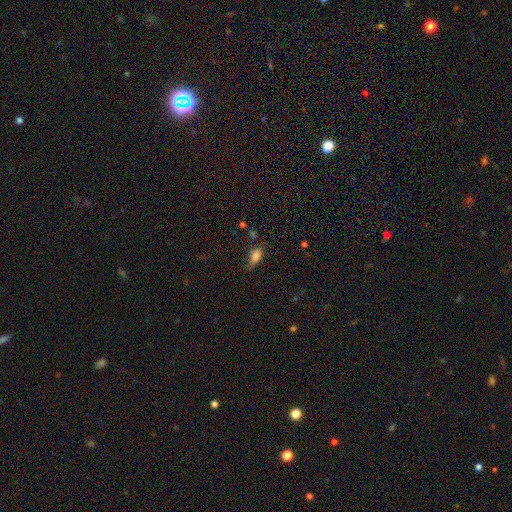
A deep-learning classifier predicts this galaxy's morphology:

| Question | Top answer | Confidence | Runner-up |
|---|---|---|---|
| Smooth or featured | smooth | 79% | star or artifact (12%) |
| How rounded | in between | 84% | cigar-shaped (11%) |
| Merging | none | 50% | minor disturbance (32%) |